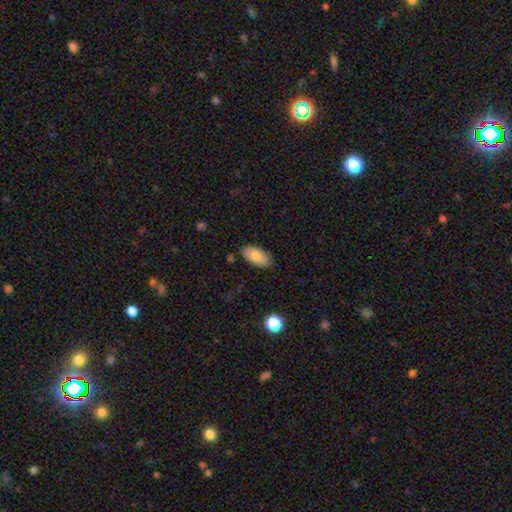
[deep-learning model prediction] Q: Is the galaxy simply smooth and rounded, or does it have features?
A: smooth — 79%.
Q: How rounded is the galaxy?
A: in between — 94%.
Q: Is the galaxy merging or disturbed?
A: none — 85%.